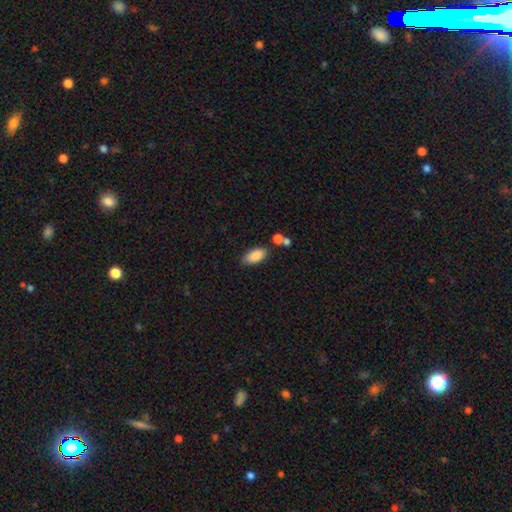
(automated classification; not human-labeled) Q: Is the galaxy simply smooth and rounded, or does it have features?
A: smooth — 87%.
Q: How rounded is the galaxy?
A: in between — 89%.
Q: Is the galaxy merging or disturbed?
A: none — 74%.